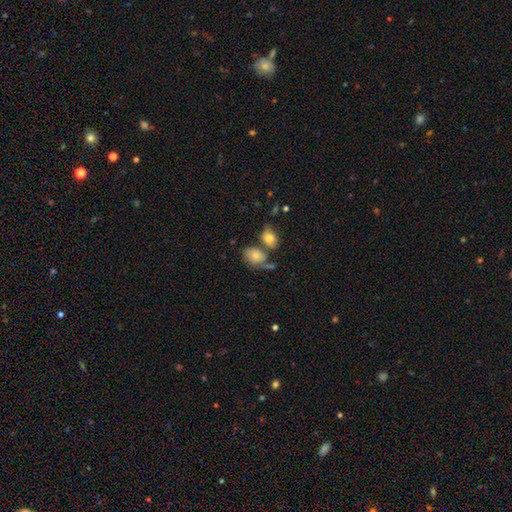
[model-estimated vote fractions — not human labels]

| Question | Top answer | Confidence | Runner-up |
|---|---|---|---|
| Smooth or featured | smooth | 73% | featured or disk (18%) |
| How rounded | in between | 67% | round (32%) |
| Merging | none | 42% | merger (32%) |